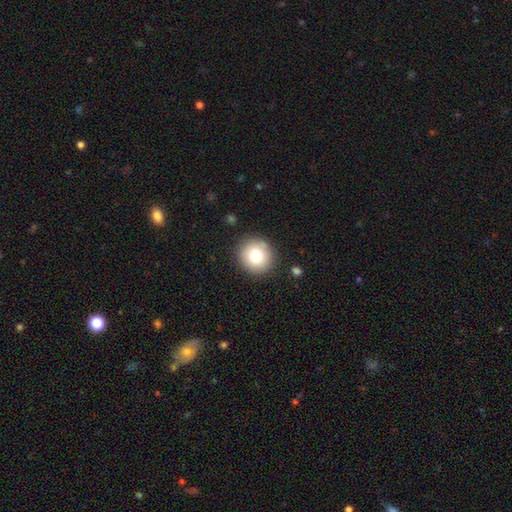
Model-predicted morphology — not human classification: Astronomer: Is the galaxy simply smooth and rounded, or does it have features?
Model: smooth — 78%.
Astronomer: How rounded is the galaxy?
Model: round — 92%.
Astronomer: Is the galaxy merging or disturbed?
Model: none — 89%.